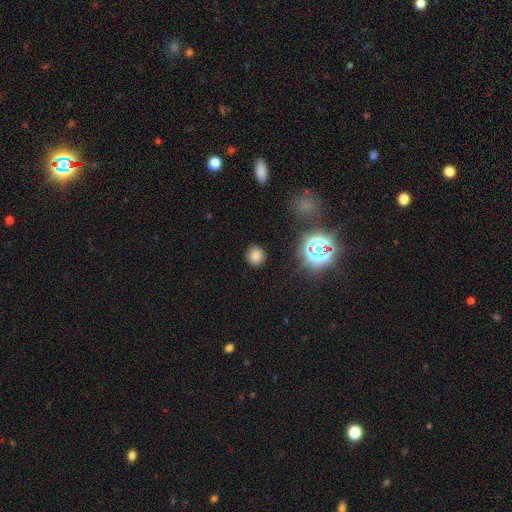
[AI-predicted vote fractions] Smooth or featured? smooth (74%)
How rounded? round (86%)
Merging? none (88%)